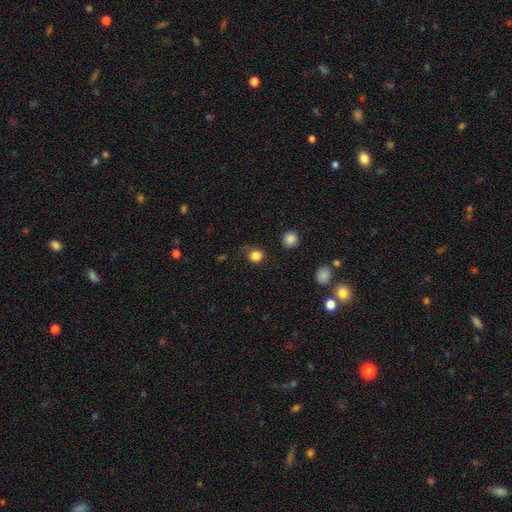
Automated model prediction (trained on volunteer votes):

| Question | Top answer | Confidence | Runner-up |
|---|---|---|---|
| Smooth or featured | smooth | 83% | star or artifact (13%) |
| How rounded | round | 87% | in between (12%) |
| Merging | none | 75% | minor disturbance (16%) |